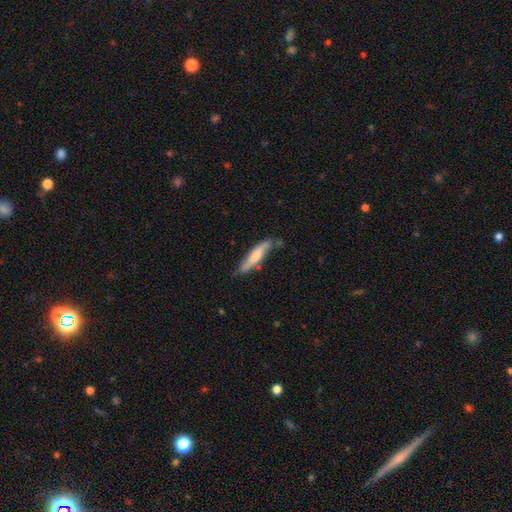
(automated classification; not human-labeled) Morphology: type=smooth (61%); roundness=cigar-shaped (80%); merging=none (63%).